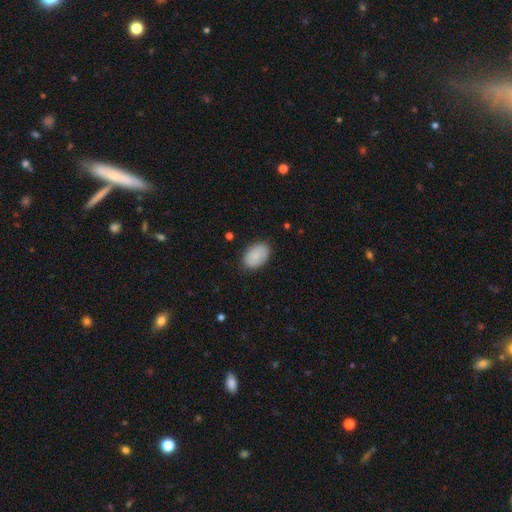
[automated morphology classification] A smooth galaxy with no disk features (85%) that is in between round and cigar-shaped (88%).

Vote fractions:
- Smooth or featured? smooth: 85% / featured or disk: 9% / star or artifact: 6%
- How rounded? in between: 88% / round: 11% / cigar-shaped: 1%
- Merging? none: 83% / minor disturbance: 13% / major disturbance: 3% / merger: 1%